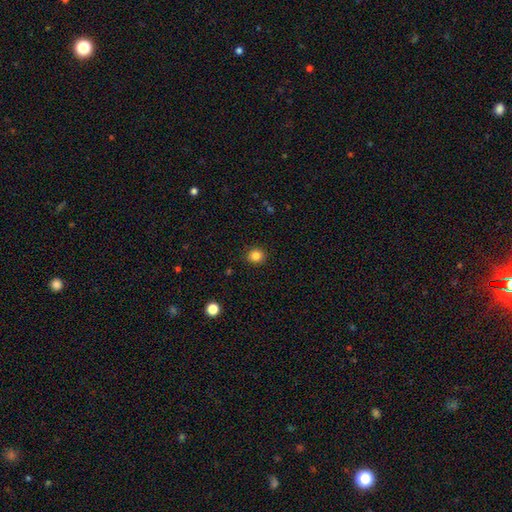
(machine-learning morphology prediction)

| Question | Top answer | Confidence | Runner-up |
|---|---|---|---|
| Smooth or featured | smooth | 84% | star or artifact (11%) |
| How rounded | round | 86% | in between (13%) |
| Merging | none | 90% | minor disturbance (6%) |